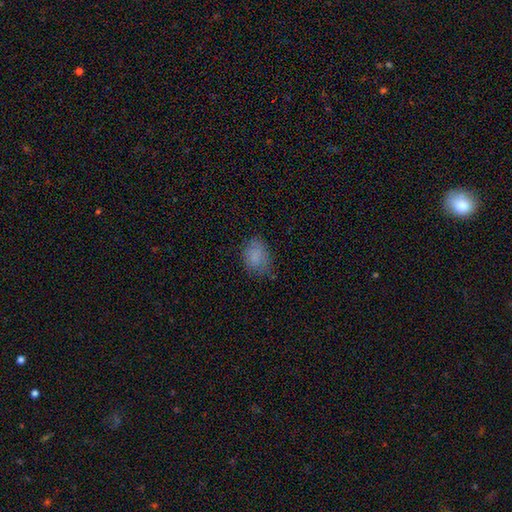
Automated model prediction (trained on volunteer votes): Smooth or featured? Predicted: smooth (p=0.79). How rounded? Predicted: in between (p=0.74). Merging? Predicted: none (p=0.63).